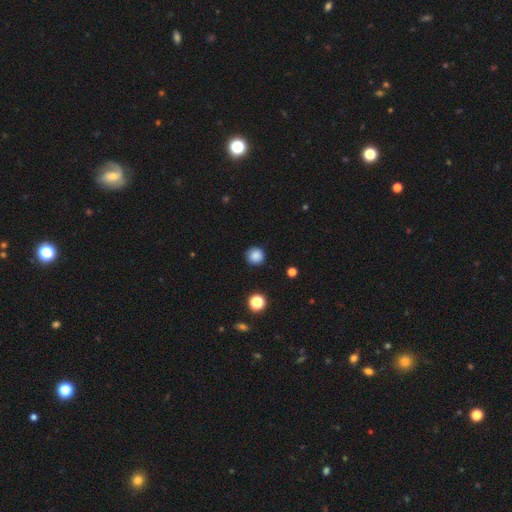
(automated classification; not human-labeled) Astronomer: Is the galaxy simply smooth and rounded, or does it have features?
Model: smooth — 86%.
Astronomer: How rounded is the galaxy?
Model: round — 94%.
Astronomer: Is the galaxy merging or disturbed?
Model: none — 90%.